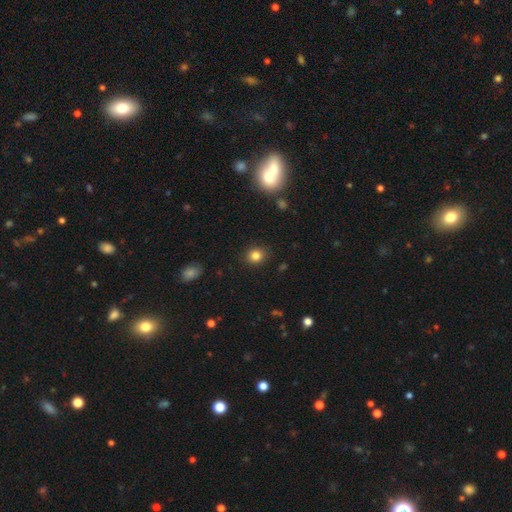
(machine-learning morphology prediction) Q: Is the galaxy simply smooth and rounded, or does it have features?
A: smooth — 83%.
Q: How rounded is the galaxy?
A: round — 80%.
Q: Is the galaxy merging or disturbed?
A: none — 89%.